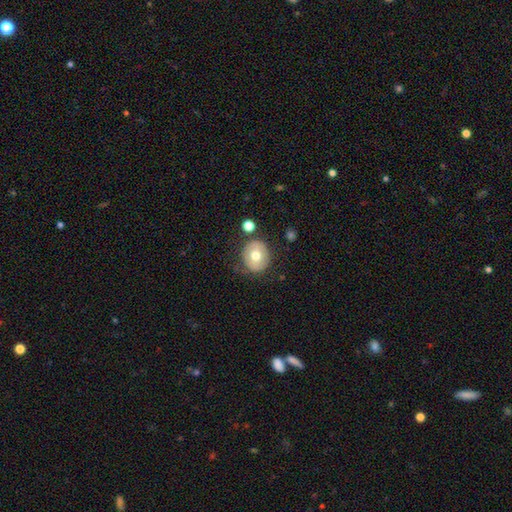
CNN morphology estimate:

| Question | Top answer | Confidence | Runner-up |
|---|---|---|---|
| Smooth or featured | smooth | 64% | featured or disk (28%) |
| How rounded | round | 80% | in between (19%) |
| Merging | none | 77% | minor disturbance (14%) |